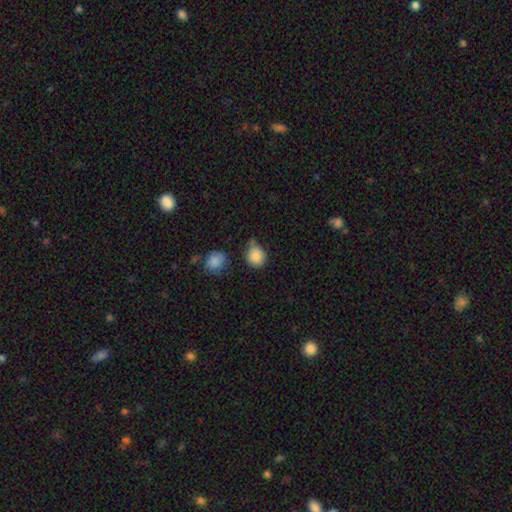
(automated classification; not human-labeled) smooth 87%, star or artifact 9%, featured or disk 4%. Down the decision tree: how rounded — round (78%); merging — none (67%).